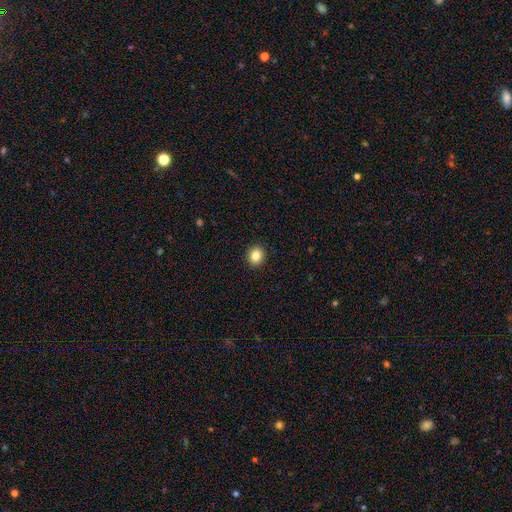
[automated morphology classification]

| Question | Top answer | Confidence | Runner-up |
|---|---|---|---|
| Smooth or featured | smooth | 84% | star or artifact (10%) |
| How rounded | round | 77% | in between (22%) |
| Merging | none | 92% | minor disturbance (5%) |